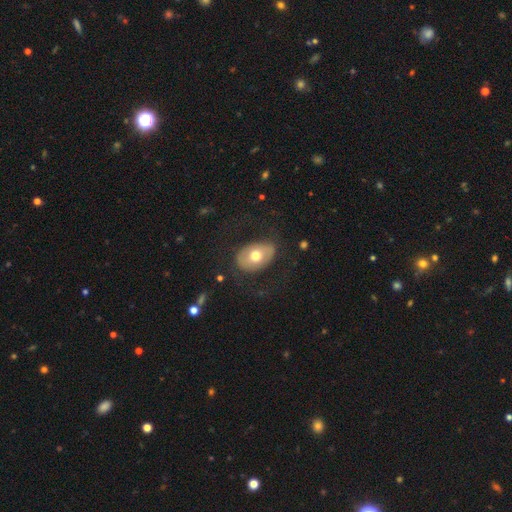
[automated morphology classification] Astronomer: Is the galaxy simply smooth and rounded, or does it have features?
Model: smooth — 58% (runner-up: featured or disk, 36%).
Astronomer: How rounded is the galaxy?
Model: in between — 84%.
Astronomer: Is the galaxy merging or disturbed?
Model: none — 73%.